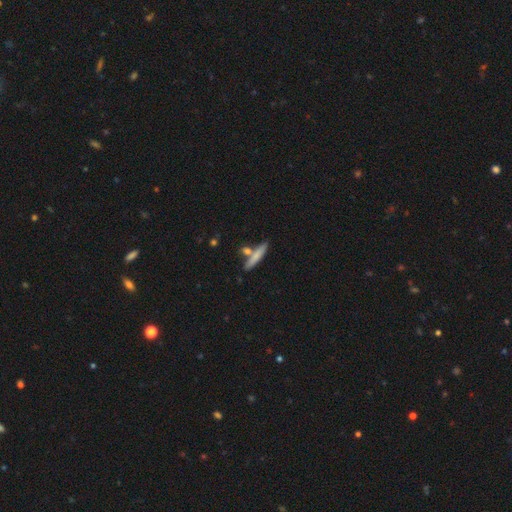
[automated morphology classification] Q: Smooth or featured?
A: smooth (72%); runner-up: featured or disk (22%)
Q: How rounded?
A: cigar-shaped (87%); runner-up: in between (11%)
Q: Merging?
A: none (71%); runner-up: merger (15%)